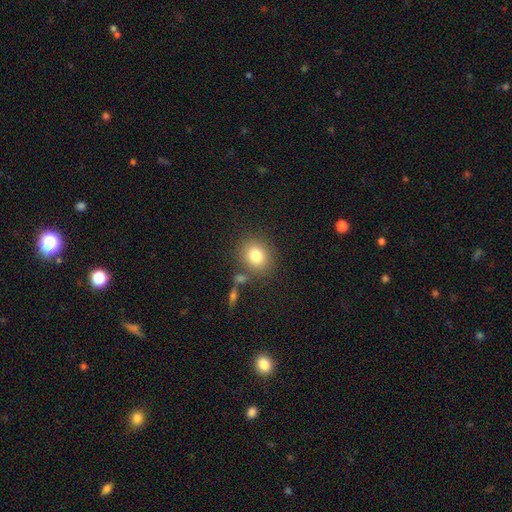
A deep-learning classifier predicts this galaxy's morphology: This is likely a smooth galaxy (79%). How rounded: likely round (68%). Merging: likely none (76%).